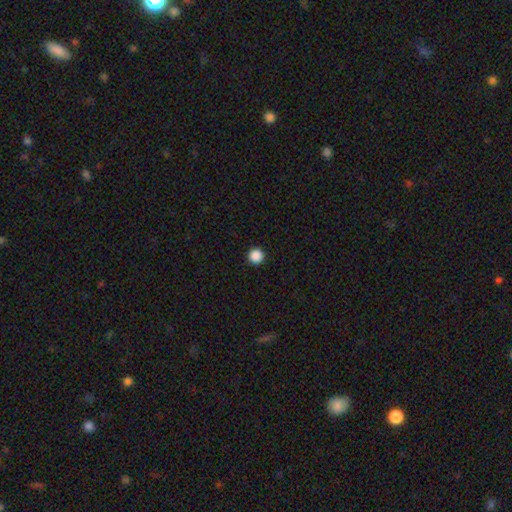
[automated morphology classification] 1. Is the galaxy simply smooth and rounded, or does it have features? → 88% smooth, 10% star or artifact, 2% featured or disk.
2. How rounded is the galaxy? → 97% round, 2% in between, 1% cigar-shaped.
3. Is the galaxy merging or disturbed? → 94% none, 4% minor disturbance, 1% major disturbance, 1% merger.